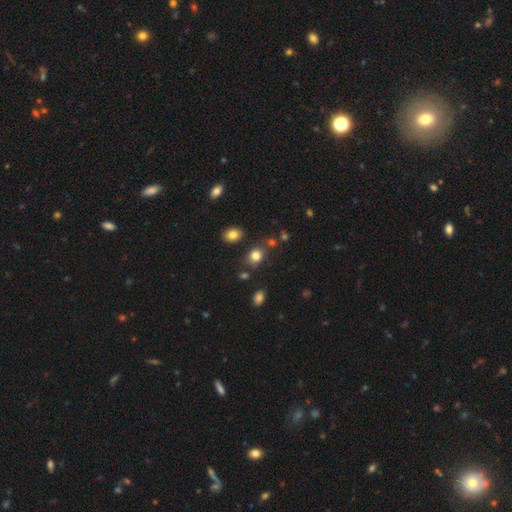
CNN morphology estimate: This is likely a smooth galaxy (80%). How rounded: possibly round (53%). Merging: likely none (75%).